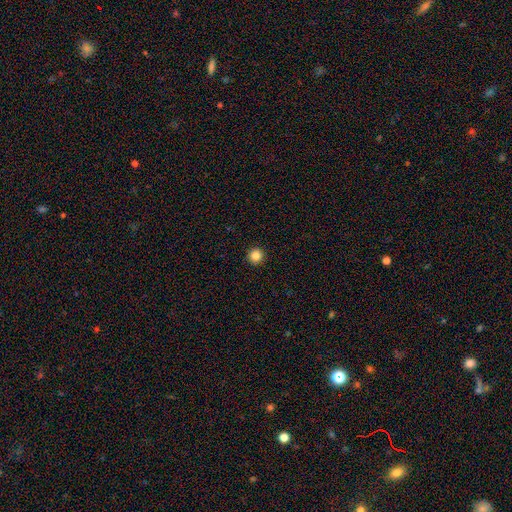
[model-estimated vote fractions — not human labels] smooth-or-featured: smooth: 85% | star or artifact: 11% | featured or disk: 4%
  how-rounded: round: 96% | in between: 3% | cigar-shaped: 1%
  merging: none: 94% | minor disturbance: 4% | major disturbance: 1% | merger: 1%